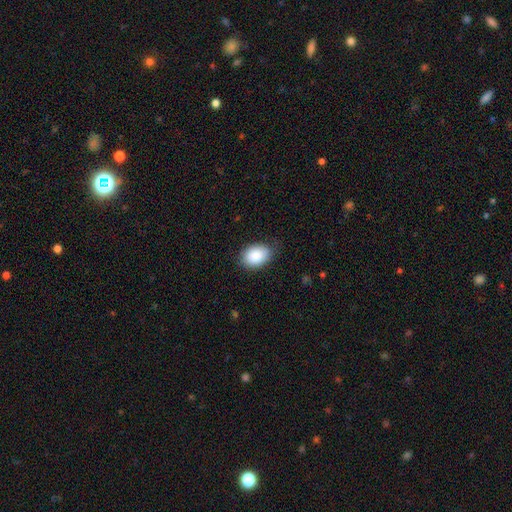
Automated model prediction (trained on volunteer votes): Q: Smooth or featured?
A: smooth (88%); runner-up: star or artifact (7%)
Q: How rounded?
A: in between (79%); runner-up: round (19%)
Q: Merging?
A: none (78%); runner-up: minor disturbance (17%)